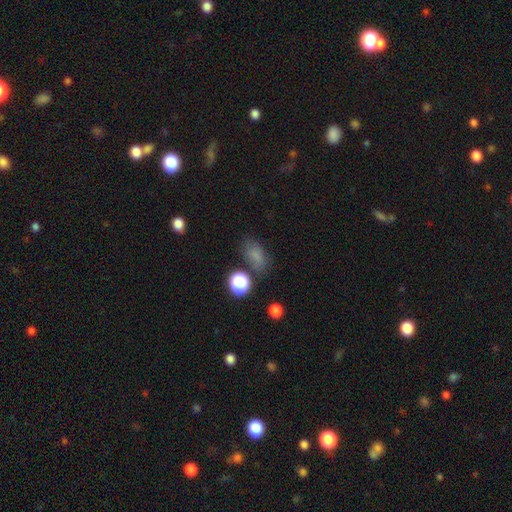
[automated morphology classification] The model was most divided on "merging": none: 66%, minor disturbance: 20%, major disturbance: 8%, merger: 6%. More confident: how rounded — in between (79%); smooth or featured — smooth (72%).